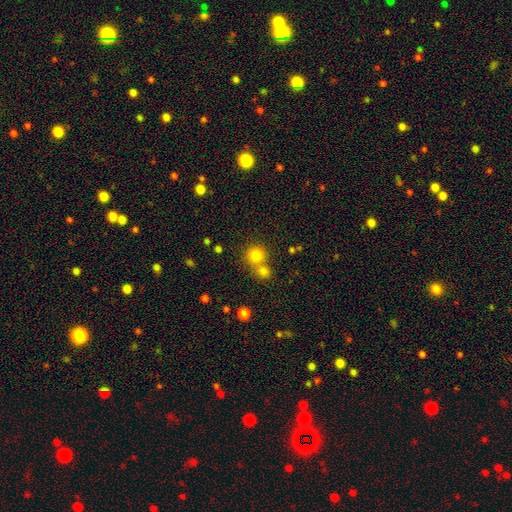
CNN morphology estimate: A smooth galaxy with no disk features (79%) that is round (91%). Merging: none (56%).